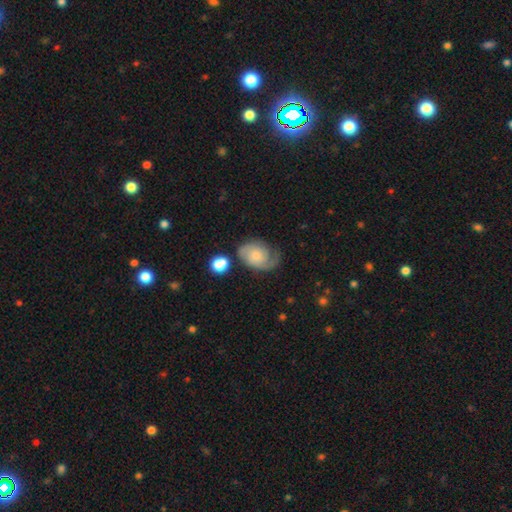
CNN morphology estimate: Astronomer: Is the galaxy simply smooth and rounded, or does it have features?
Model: featured or disk — 55% (runner-up: smooth, 37%).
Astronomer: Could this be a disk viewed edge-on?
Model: no — 97%.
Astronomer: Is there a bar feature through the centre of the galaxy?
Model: no — 76%.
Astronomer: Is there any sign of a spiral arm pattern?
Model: yes — 89%.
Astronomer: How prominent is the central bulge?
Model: small — 45% (runner-up: moderate, 30%).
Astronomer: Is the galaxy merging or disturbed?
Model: none — 47% (runner-up: minor disturbance, 27%).